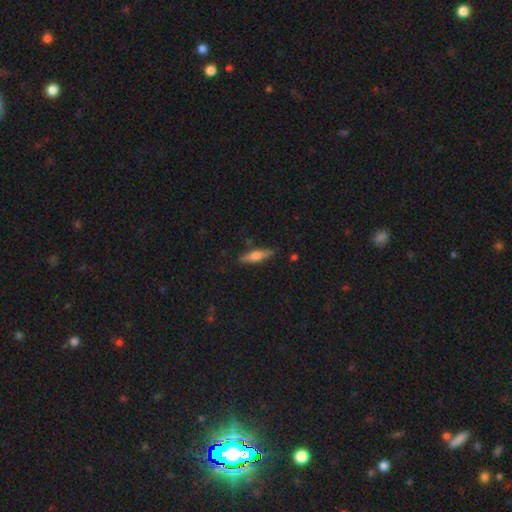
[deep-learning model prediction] A smooth galaxy with no disk features (51%) that is cigar-shaped (70%).

Vote fractions:
- Smooth or featured? smooth: 51% / featured or disk: 43% / star or artifact: 7%
- How rounded? cigar-shaped: 70% / in between: 27% / round: 3%
- Merging? none: 85% / minor disturbance: 11% / major disturbance: 2% / merger: 2%